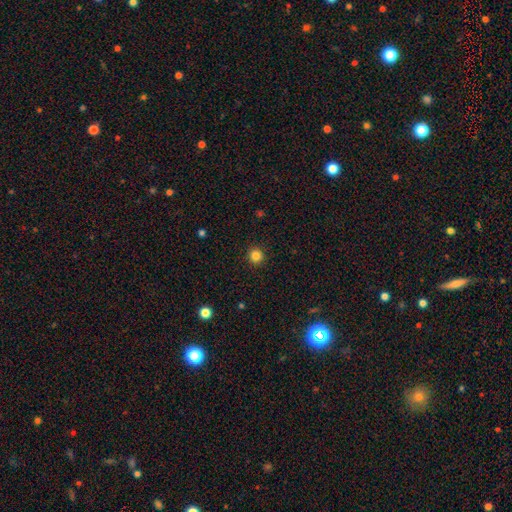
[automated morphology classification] Smooth or featured: smooth — 84% (star or artifact — 12%)
How rounded: round — 95% (in between — 4%)
Merging: none — 93% (minor disturbance — 5%)